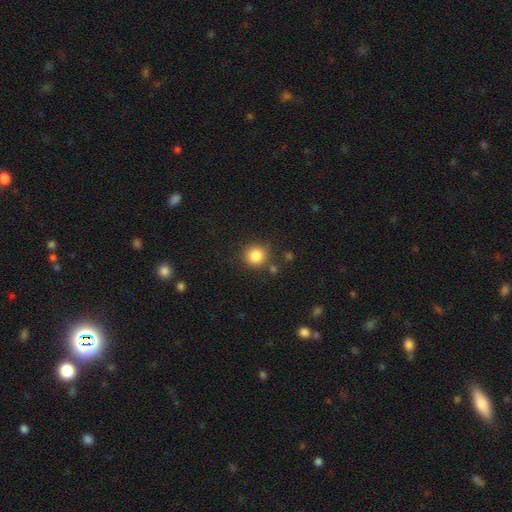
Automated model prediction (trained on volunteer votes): Morphology: type=smooth (84%); roundness=round (92%); merging=none (83%).